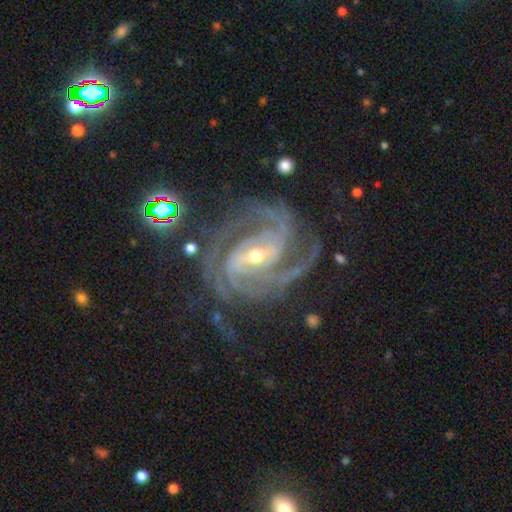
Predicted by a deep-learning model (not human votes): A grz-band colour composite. It shows a featured or disk galaxy (92%) with a strong bar (43%), 3 (32%) tight (49%) spiral arms (98%) and a small central bulge (53%). Merging: none (68%).